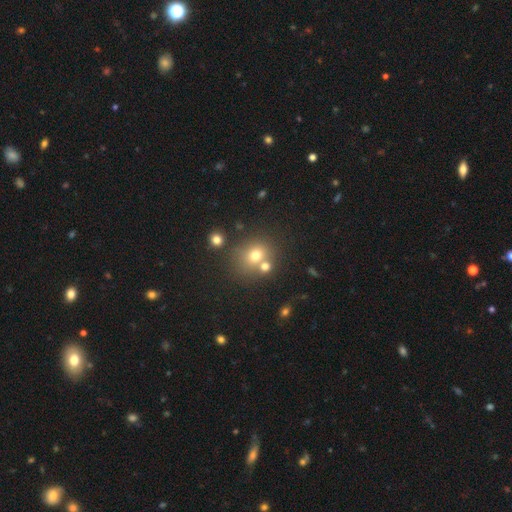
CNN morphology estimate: A smooth galaxy with no disk features (69%) that is round (76%). Merging: none (57%).